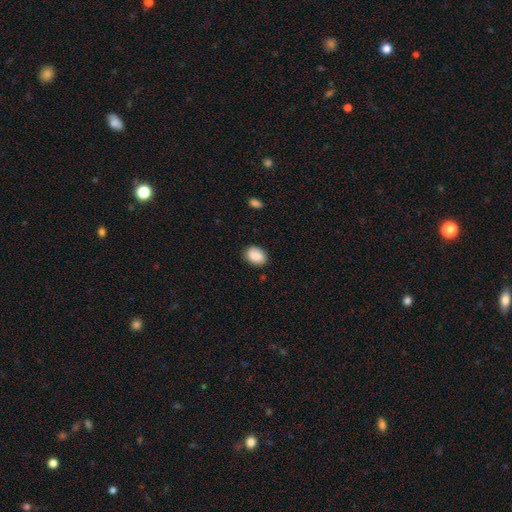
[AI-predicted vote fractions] A smooth galaxy with no disk features (87%) that is in between round and cigar-shaped (74%). Merging: none (83%).